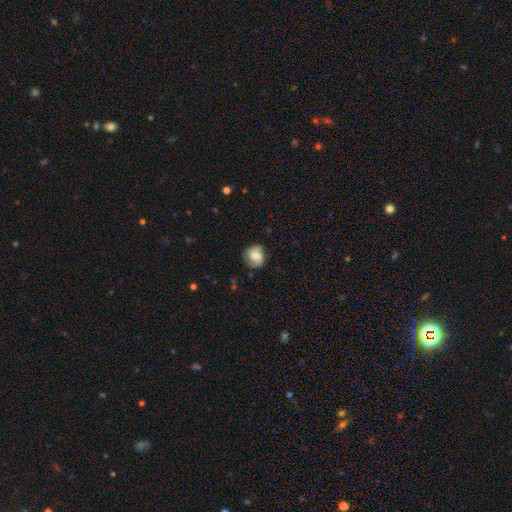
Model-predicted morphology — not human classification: smooth_or_featured: smooth (p=0.50) [alt: featured or disk p=0.41]
how_rounded: round (p=0.82) [alt: in between p=0.17]
merging: none (p=0.75) [alt: minor disturbance p=0.18]